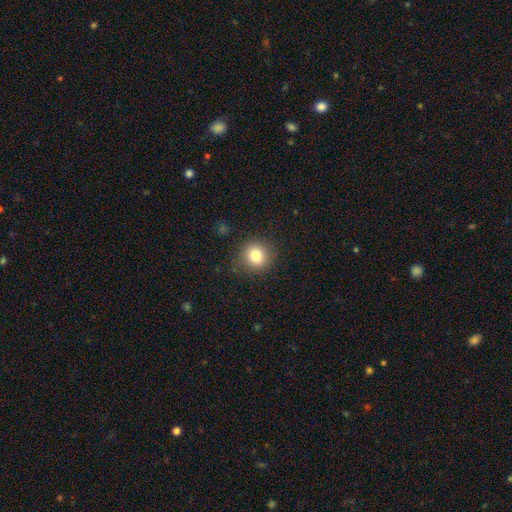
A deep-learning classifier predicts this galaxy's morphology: A smooth galaxy with no disk features (81%) that is round (90%). Merging: none (85%).